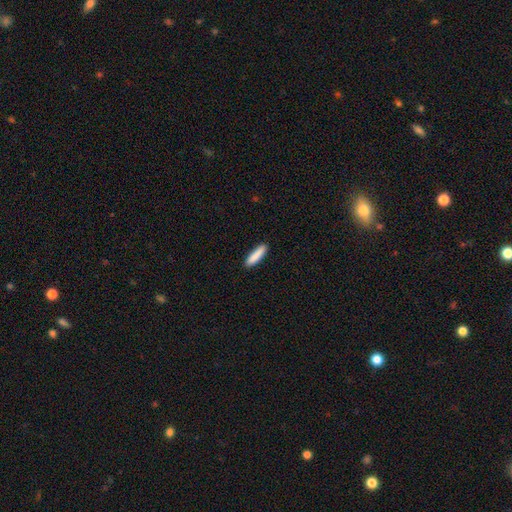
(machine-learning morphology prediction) Q: Smooth or featured?
A: smooth (88%); runner-up: featured or disk (6%)
Q: How rounded?
A: cigar-shaped (76%); runner-up: in between (23%)
Q: Merging?
A: none (90%); runner-up: minor disturbance (8%)